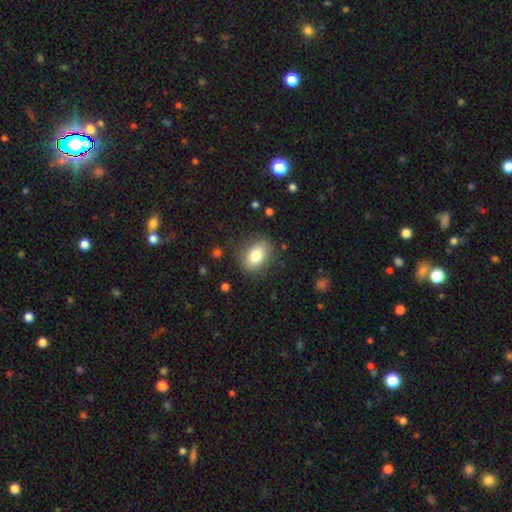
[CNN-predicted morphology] A smooth galaxy with no disk features (79%) that is in between round and cigar-shaped (74%).

Vote fractions:
- Smooth or featured? smooth: 79% / featured or disk: 12% / star or artifact: 8%
- How rounded? in between: 74% / round: 24% / cigar-shaped: 2%
- Merging? none: 83% / minor disturbance: 12% / major disturbance: 4% / merger: 1%